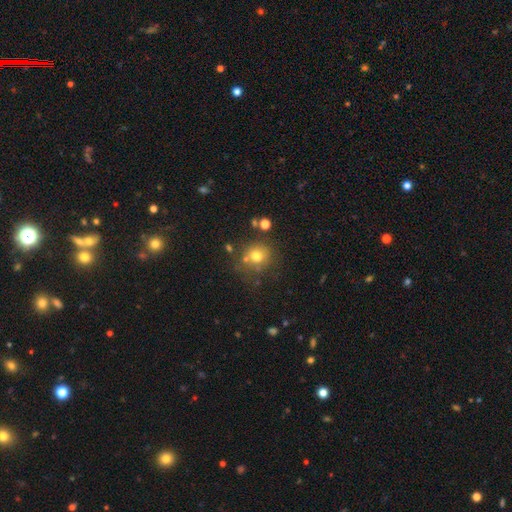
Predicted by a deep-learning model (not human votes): Morphology: type=smooth (73%); roundness=round (87%); merging=none (68%).